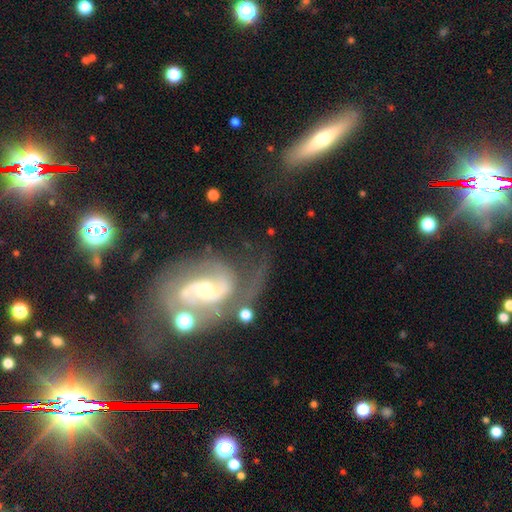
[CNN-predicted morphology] Smooth or featured: featured or disk — 80% (star or artifact — 12%)
Edge-on disk: no — 93% (yes — 7%)
Bar: weak — 41% (no — 30%)
Spiral arms: yes — 93% (no — 7%)
Spiral winding: medium — 46% (tight — 33%)
Spiral arm count: 2 — 67% (can't tell — 14%)
Bulge size: moderate — 50% (small — 41%)
Merging: none — 51% (minor disturbance — 19%)